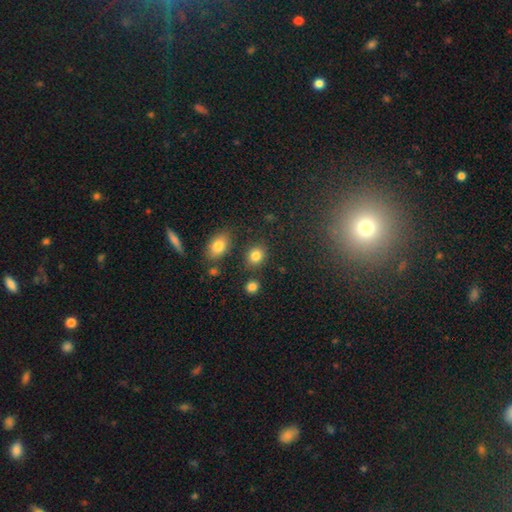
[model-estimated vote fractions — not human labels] The model was most divided on "how rounded": round: 59%, in between: 40%, cigar-shaped: 1%. More confident: smooth or featured — smooth (83%); merging — none (80%).